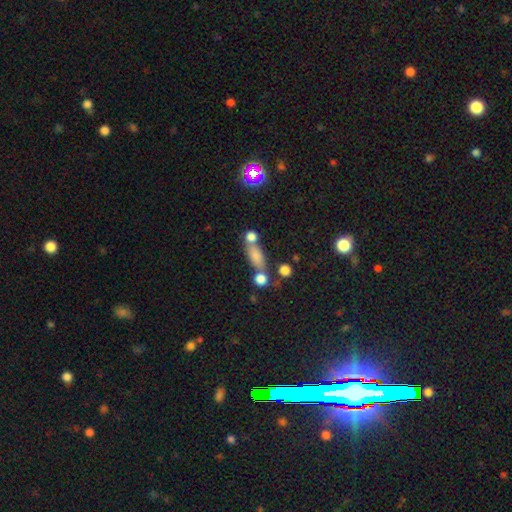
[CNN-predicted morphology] Smooth or featured? Predicted: smooth (p=0.74). How rounded? Predicted: in between (p=0.65). Merging? Predicted: none (p=0.52).